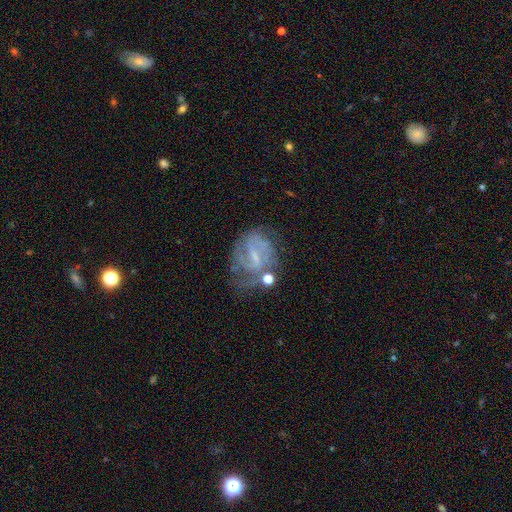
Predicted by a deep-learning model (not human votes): The model was most divided on "spiral arm count": 2: 37%, can't tell: 36%, 3: 13%, 1: 6%, 4: 4%, more than 4: 3%. Remaining: edge-on disk — no (97%); spiral arms — yes (81%); smooth or featured — featured or disk (72%); bar — weak (52%); bulge size — small (52%); merging — none (46%); spiral winding — tight (43%).